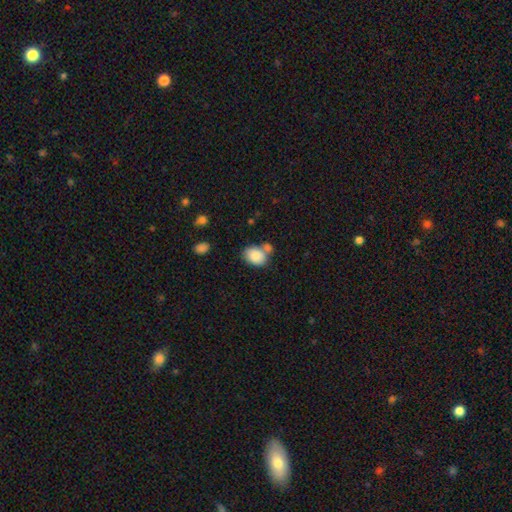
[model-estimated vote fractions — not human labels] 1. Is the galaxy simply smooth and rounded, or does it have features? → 85% smooth, 7% star or artifact, 7% featured or disk.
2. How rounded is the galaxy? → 69% in between, 30% round, 1% cigar-shaped.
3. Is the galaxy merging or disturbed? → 49% none, 29% merger, 16% minor disturbance, 5% major disturbance.